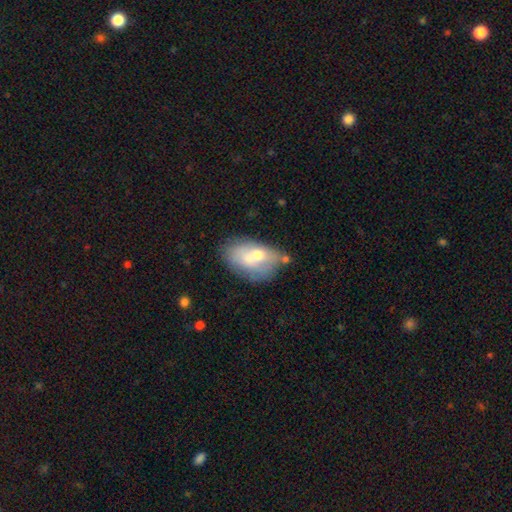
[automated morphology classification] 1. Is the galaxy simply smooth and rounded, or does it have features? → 58% smooth, 34% featured or disk, 8% star or artifact.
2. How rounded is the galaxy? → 88% in between, 10% round, 2% cigar-shaped.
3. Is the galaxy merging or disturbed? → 36% none, 28% merger, 24% minor disturbance, 12% major disturbance.